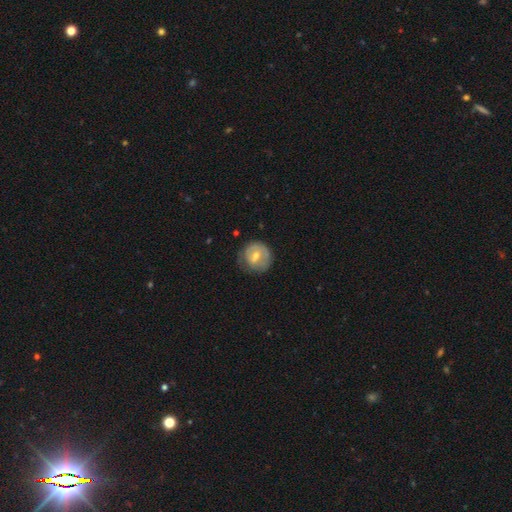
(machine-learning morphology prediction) Smooth or featured? featured or disk (47%)
Merging? none (70%)